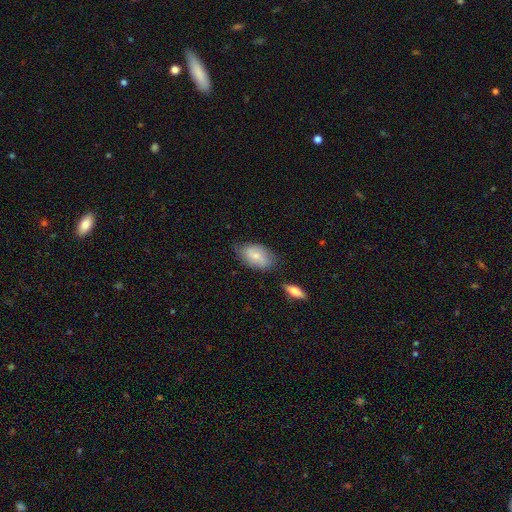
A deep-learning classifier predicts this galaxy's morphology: Smooth or featured? smooth (73%)
How rounded? in between (92%)
Merging? none (70%)